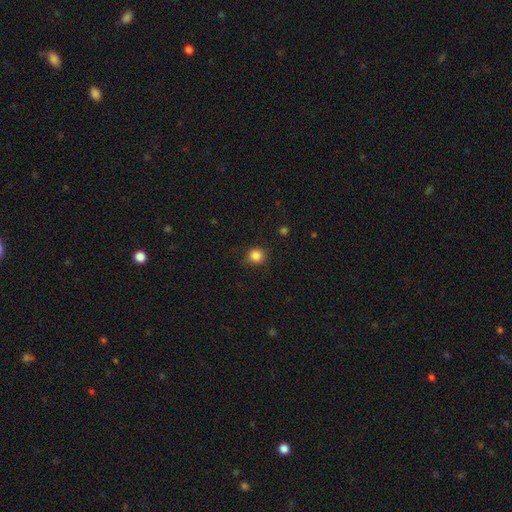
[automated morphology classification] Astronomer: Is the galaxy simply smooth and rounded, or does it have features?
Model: smooth — 85%.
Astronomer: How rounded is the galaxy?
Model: round — 89%.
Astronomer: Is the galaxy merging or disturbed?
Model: none — 85%.